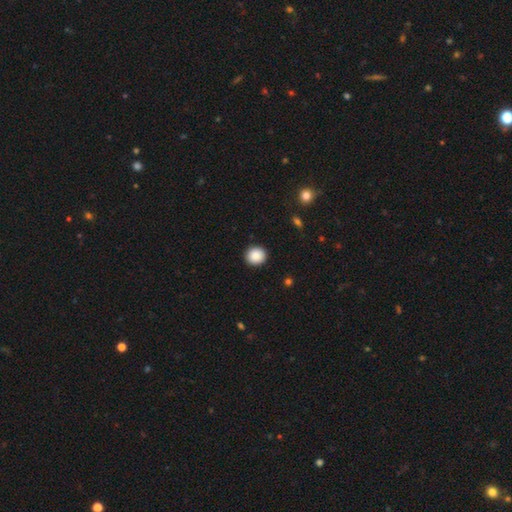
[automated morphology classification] The model was most divided on "how rounded": round: 87%, in between: 12%, cigar-shaped: 1%. More confident: merging — none (92%); smooth or featured — smooth (89%).